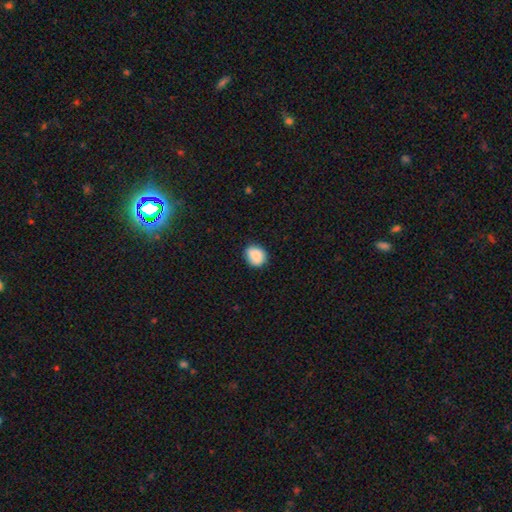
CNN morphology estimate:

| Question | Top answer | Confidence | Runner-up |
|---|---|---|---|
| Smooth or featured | smooth | 86% | star or artifact (8%) |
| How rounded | round | 64% | in between (35%) |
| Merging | none | 83% | minor disturbance (14%) |